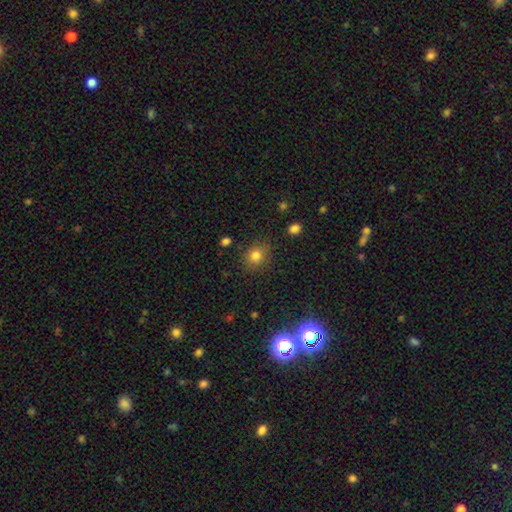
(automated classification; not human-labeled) smooth 80%, star or artifact 13%, featured or disk 7%. Down the decision tree: how rounded — round (66%); merging — none (83%).